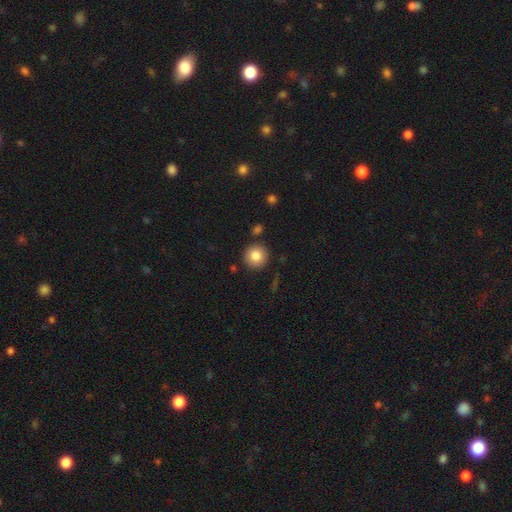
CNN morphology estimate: smooth_or_featured: smooth (p=0.82) [alt: star or artifact p=0.09]
how_rounded: round (p=0.94) [alt: in between p=0.05]
merging: none (p=0.87) [alt: minor disturbance p=0.07]